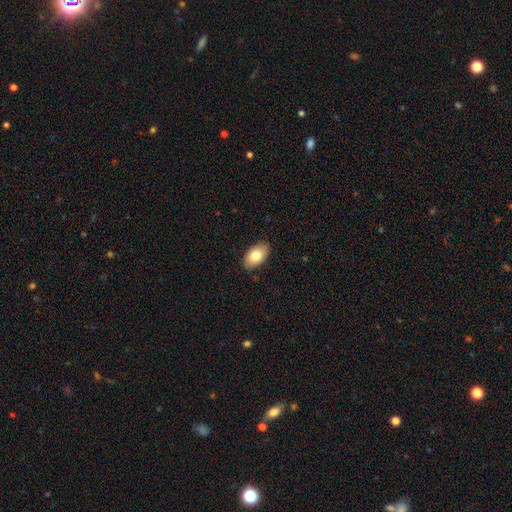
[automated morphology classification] Smooth or featured: smooth — 80% (featured or disk — 14%)
How rounded: in between — 94% (round — 5%)
Merging: none — 88% (minor disturbance — 9%)